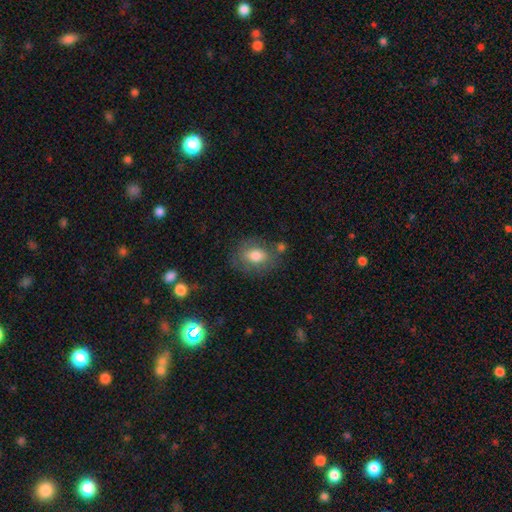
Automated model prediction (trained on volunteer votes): Smooth or featured? Predicted: smooth (p=0.73). How rounded? Predicted: in between (p=0.71). Merging? Predicted: none (p=0.66).